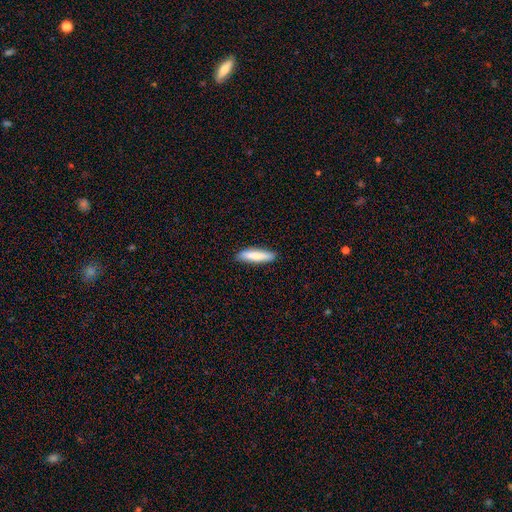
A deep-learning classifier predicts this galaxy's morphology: The model was most divided on "how rounded": cigar-shaped: 79%, in between: 20%, round: 1%. More confident: merging — none (88%); smooth or featured — smooth (81%).